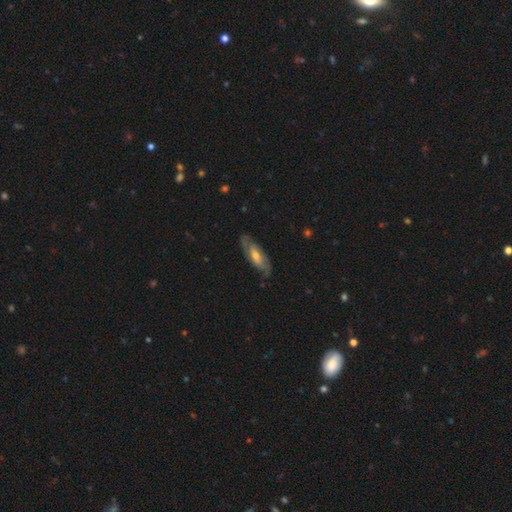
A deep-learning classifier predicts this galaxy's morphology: A featured or disk galaxy (70%) with a weak bar (42%), spiral arms (84%) and a moderate central bulge (53%). Merging: none (79%).